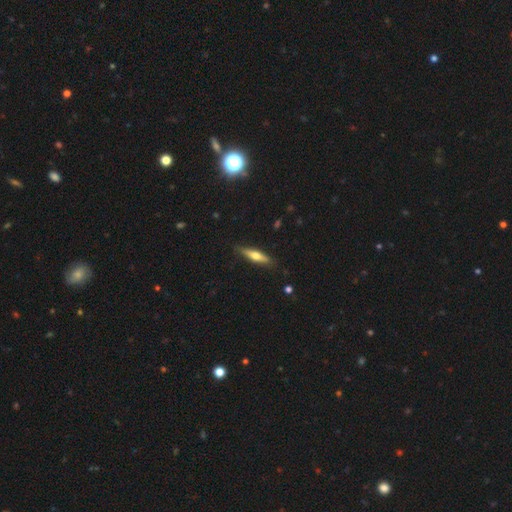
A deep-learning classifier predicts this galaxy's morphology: smooth_or_featured: smooth (p=0.51) [alt: featured or disk p=0.43]
how_rounded: cigar-shaped (p=0.75) [alt: in between p=0.23]
merging: none (p=0.86) [alt: minor disturbance p=0.11]